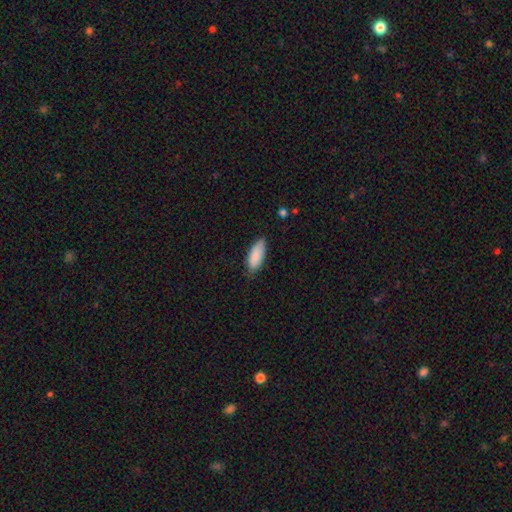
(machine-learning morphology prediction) Smooth or featured? Predicted: smooth (p=0.88). How rounded? Predicted: in between (p=0.80). Merging? Predicted: none (p=0.75).